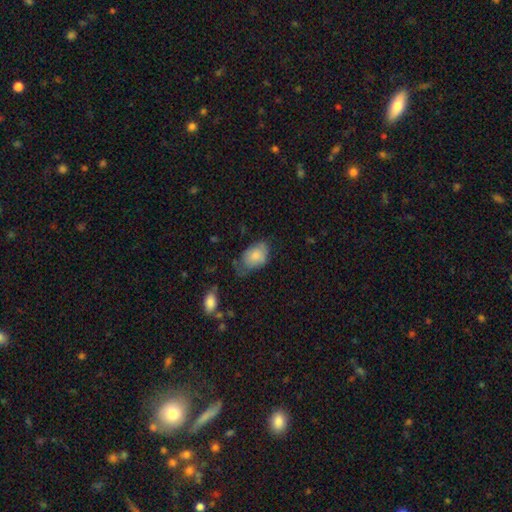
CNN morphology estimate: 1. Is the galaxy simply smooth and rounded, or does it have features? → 79% smooth, 14% featured or disk, 7% star or artifact.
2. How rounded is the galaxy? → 86% in between, 13% round, 1% cigar-shaped.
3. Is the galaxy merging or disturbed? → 42% none, 38% minor disturbance, 17% major disturbance, 3% merger.